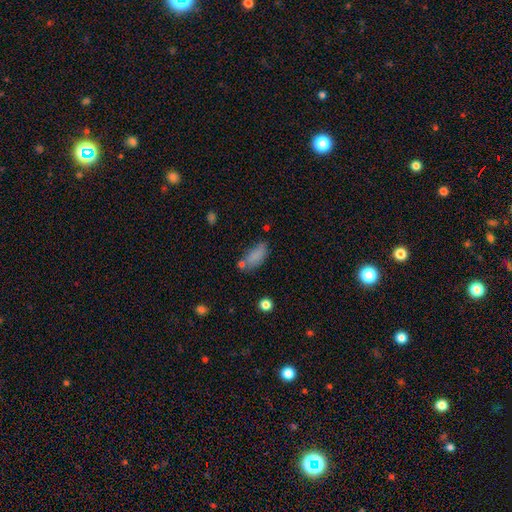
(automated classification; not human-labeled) A smooth galaxy with no disk features (82%) that is in between round and cigar-shaped (85%). Merging: none (60%).